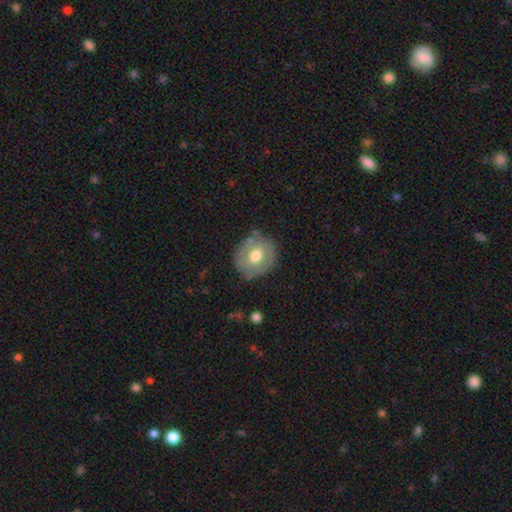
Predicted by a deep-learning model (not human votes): Overall: smooth (53%; featured or disk 41%). How rounded: round (74%). Merging: none (75%).